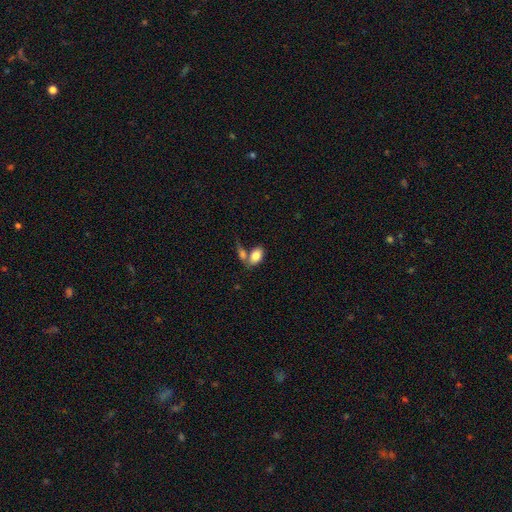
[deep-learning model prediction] Smooth or featured? smooth (81%)
How rounded? in between (89%)
Merging? merger (44%)